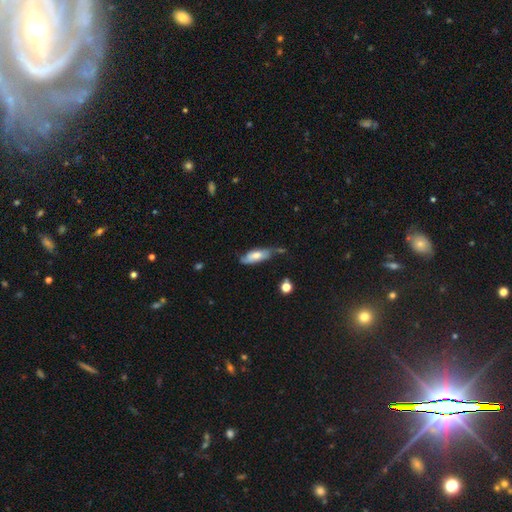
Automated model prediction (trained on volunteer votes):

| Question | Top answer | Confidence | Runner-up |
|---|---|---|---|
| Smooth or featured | smooth | 57% | featured or disk (36%) |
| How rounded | in between | 65% | cigar-shaped (33%) |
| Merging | none | 49% | minor disturbance (33%) |